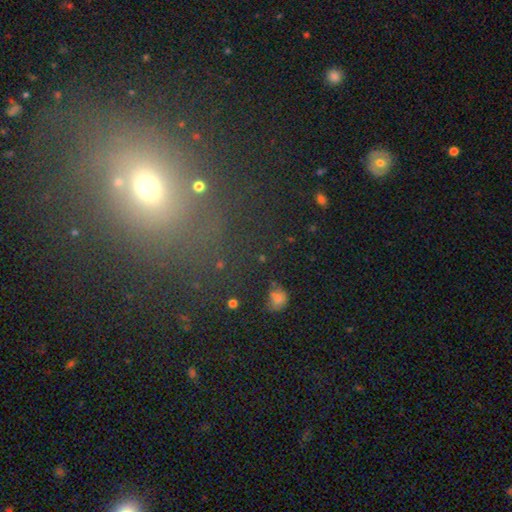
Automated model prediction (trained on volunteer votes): This is possibly a smooth galaxy (50%). How rounded: possibly in between (50%). Merging: likely none (72%).